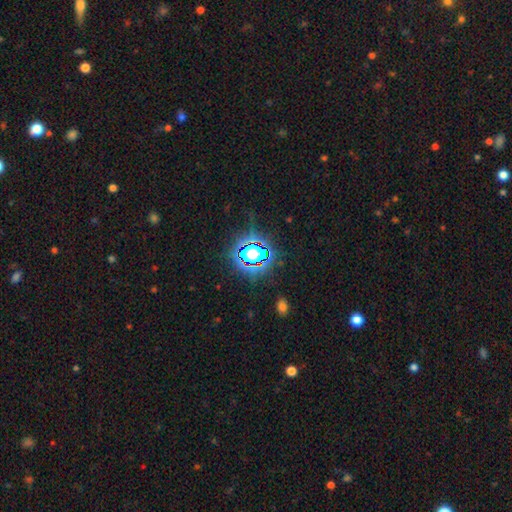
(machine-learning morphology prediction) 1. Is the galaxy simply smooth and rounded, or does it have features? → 64% star or artifact, 24% smooth, 12% featured or disk.